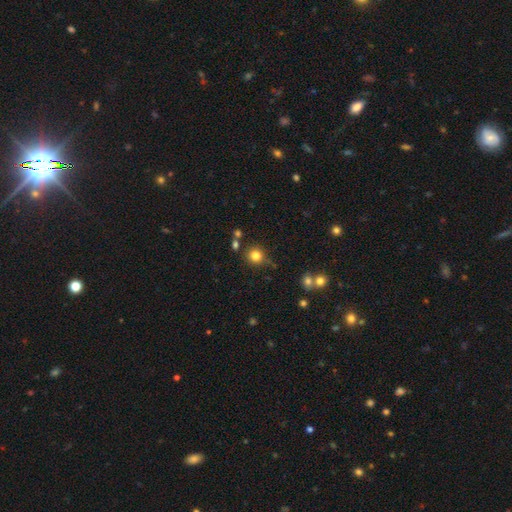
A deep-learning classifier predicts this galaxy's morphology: smooth 80%, star or artifact 13%, featured or disk 6%. Down the decision tree: how rounded — round (92%); merging — none (80%).